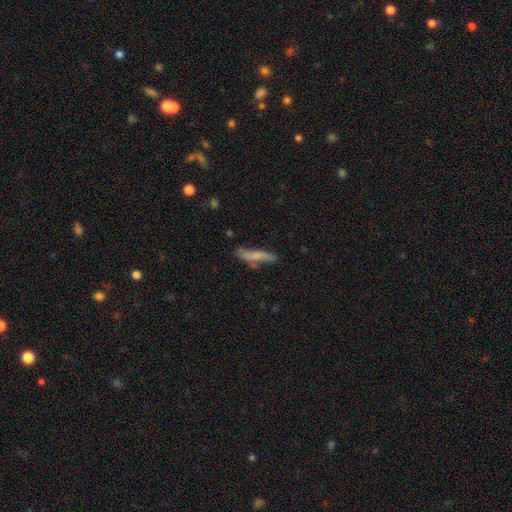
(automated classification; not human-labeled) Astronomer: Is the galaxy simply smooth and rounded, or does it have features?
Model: smooth — 62%.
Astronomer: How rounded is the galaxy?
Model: cigar-shaped — 83%.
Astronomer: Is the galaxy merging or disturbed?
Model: none — 67%.